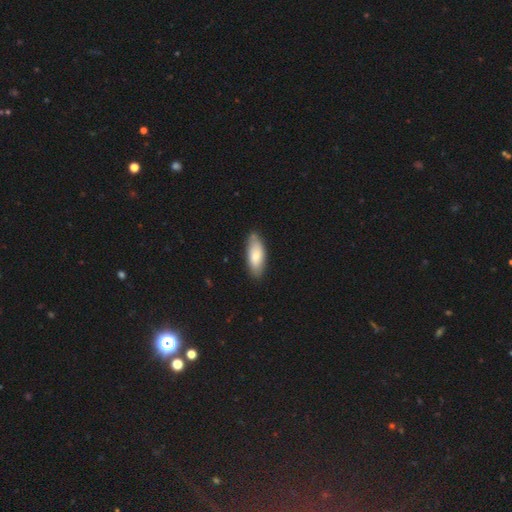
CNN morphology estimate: type=smooth (78%); roundness=in between (77%); merging=none (79%).